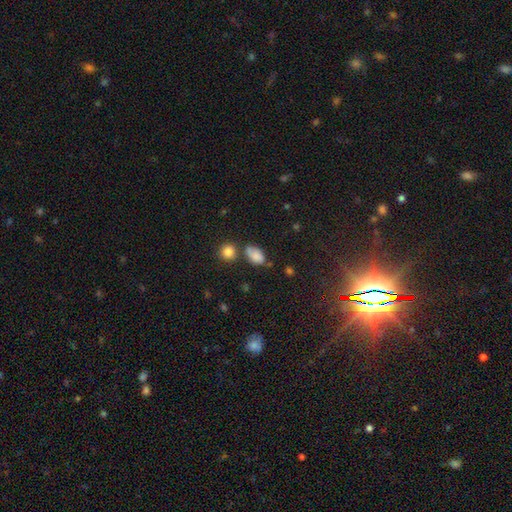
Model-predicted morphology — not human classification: smooth_or_featured: smooth (p=0.80) [alt: star or artifact p=0.12]
how_rounded: in between (p=0.85) [alt: round p=0.13]
merging: none (p=0.50) [alt: minor disturbance p=0.23]